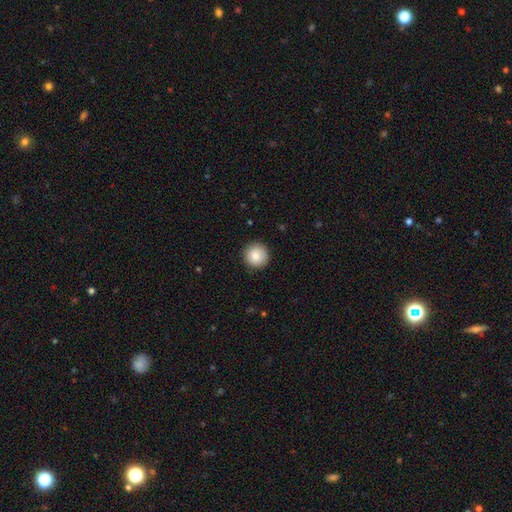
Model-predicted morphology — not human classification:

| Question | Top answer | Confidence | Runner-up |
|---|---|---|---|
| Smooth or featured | smooth | 85% | star or artifact (8%) |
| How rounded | round | 95% | in between (4%) |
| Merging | none | 91% | minor disturbance (7%) |